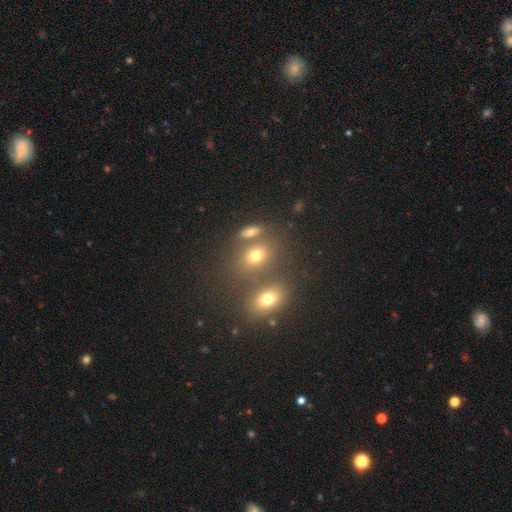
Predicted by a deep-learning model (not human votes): The model was most divided on "merging": none: 54%, merger: 31%, minor disturbance: 11%, major disturbance: 5%. More confident: smooth or featured — smooth (66%); how rounded — in between (63%).